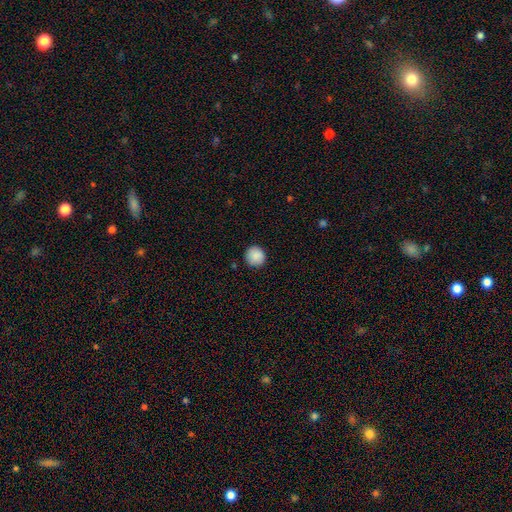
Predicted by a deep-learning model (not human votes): A smooth galaxy with no disk features (89%) that is round (93%). Merging: none (90%).